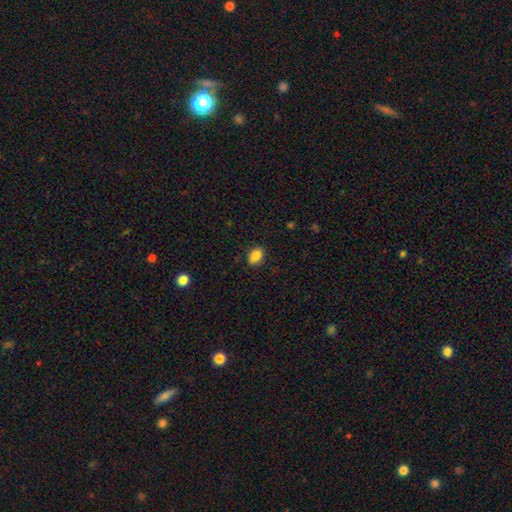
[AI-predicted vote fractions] A smooth galaxy with no disk features (87%) that is in between round and cigar-shaped (79%).

Vote fractions:
- Smooth or featured? smooth: 87% / star or artifact: 9% / featured or disk: 5%
- How rounded? in between: 79% / round: 20% / cigar-shaped: 1%
- Merging? none: 87% / minor disturbance: 10% / major disturbance: 2% / merger: 1%